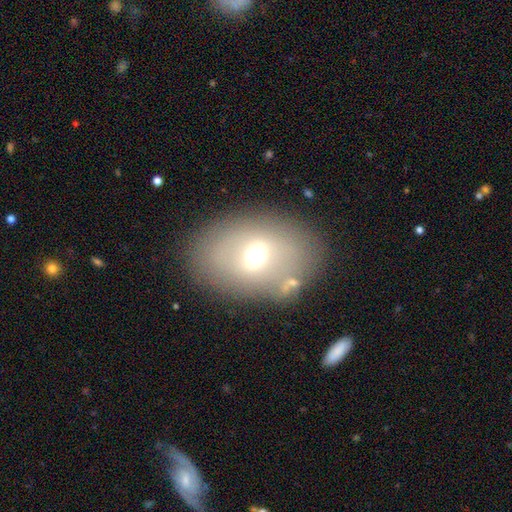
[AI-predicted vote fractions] Smooth or featured? smooth (52%)
How rounded? in between (74%)
Merging? none (78%)